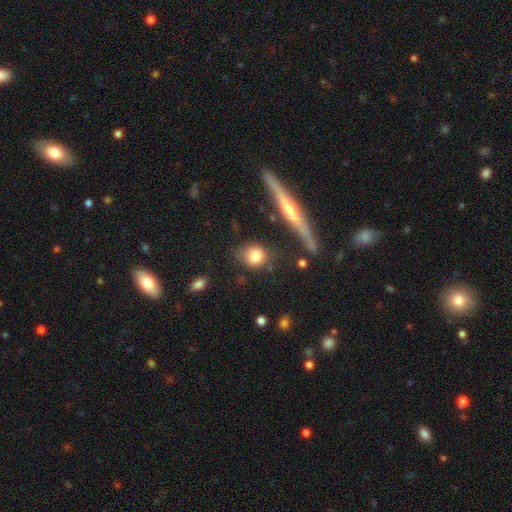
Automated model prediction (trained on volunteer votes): Smooth or featured?
  - smooth: 78% *
  - featured or disk: 13%
  - star or artifact: 9%
How rounded?
  - round: 66% *
  - in between: 29%
  - cigar-shaped: 5%
Merging?
  - none: 67% *
  - minor disturbance: 18%
  - merger: 8%
  - major disturbance: 7%